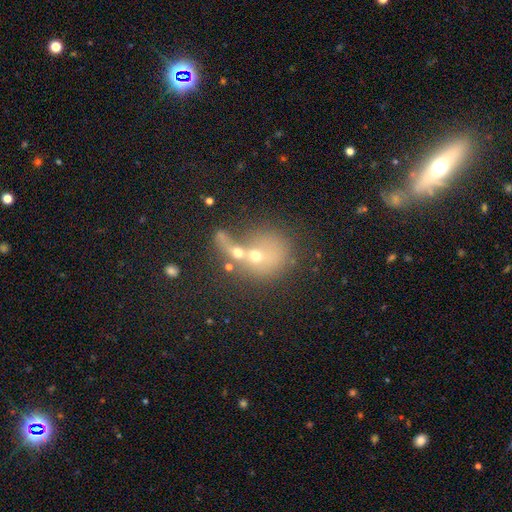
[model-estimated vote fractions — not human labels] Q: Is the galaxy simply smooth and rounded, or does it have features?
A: smooth — 47%.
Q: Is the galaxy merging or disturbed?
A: none — 39%, tied with merger.